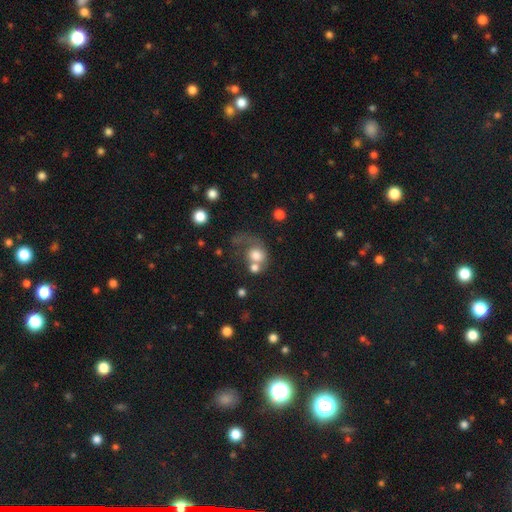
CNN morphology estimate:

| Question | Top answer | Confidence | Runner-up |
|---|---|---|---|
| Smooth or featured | smooth | 66% | featured or disk (24%) |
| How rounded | round | 66% | in between (33%) |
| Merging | merger | 39% | major disturbance (26%) |